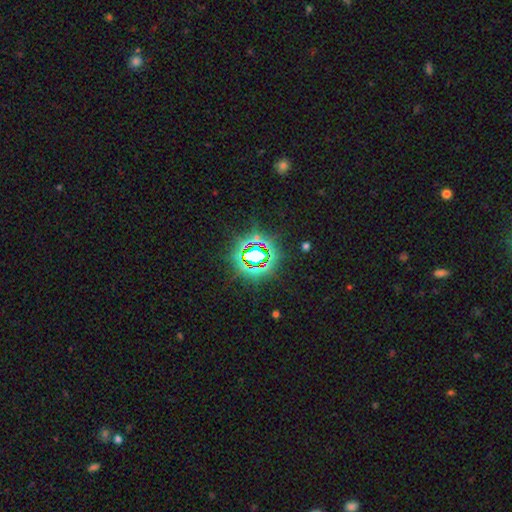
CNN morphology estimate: Q: Smooth or featured?
A: star or artifact (78%); runner-up: smooth (13%)